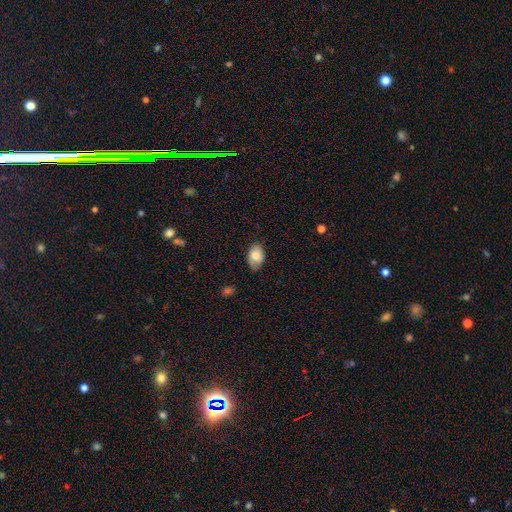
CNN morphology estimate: type=smooth (82%); roundness=in between (90%); merging=none (75%).